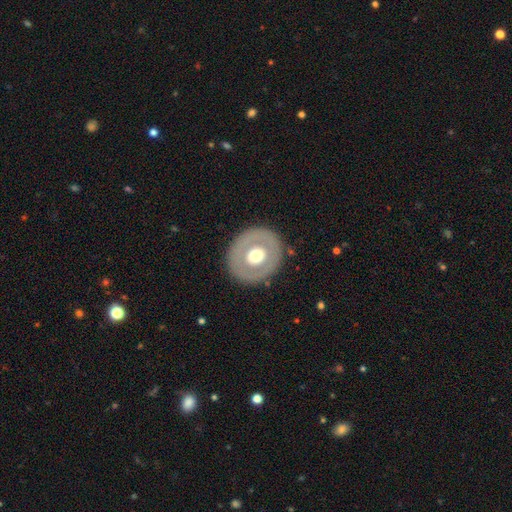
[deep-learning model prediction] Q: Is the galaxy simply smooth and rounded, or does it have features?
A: featured or disk — 48%.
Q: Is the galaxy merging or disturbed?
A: none — 86%.